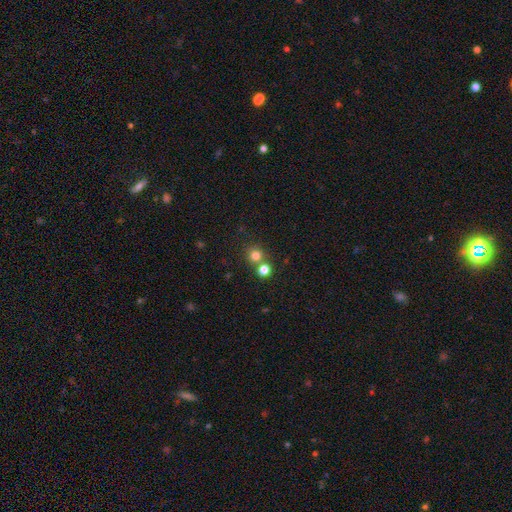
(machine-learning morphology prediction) This is likely a smooth galaxy (77%). How rounded: clearly round (91%). Merging: likely none (66%).